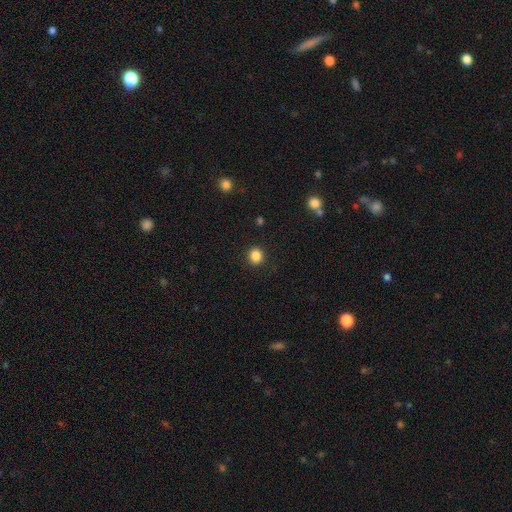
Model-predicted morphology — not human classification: Smooth or featured?
  - smooth: 86% *
  - star or artifact: 11%
  - featured or disk: 3%
How rounded?
  - round: 83% *
  - in between: 16%
  - cigar-shaped: 1%
Merging?
  - none: 90% *
  - minor disturbance: 7%
  - major disturbance: 2%
  - merger: 1%